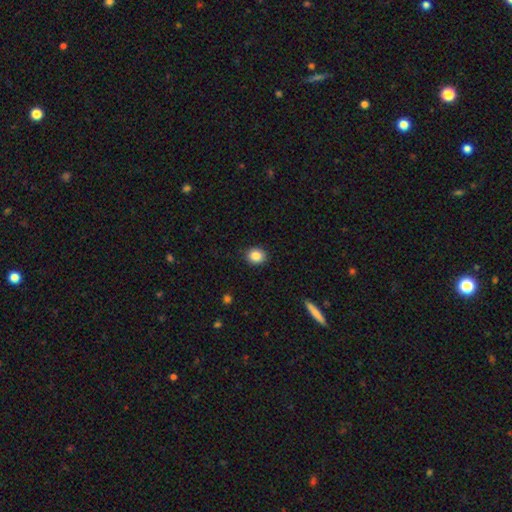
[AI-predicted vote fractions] This is clearly a smooth galaxy (87%). How rounded: likely round (74%). Merging: clearly none (90%).